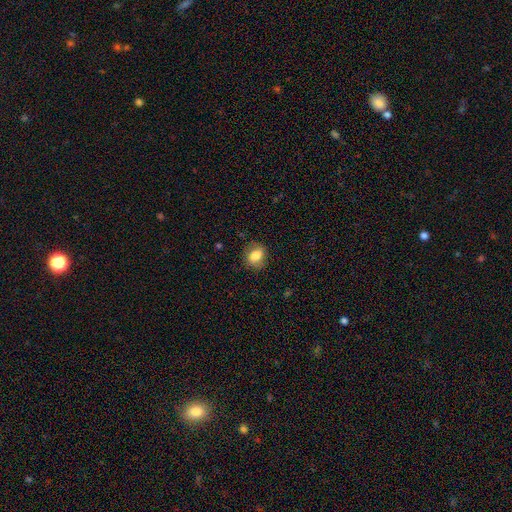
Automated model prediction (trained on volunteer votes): Smooth or featured: smooth — 80% (featured or disk — 11%)
How rounded: in between — 53% (round — 46%)
Merging: none — 79% (minor disturbance — 16%)